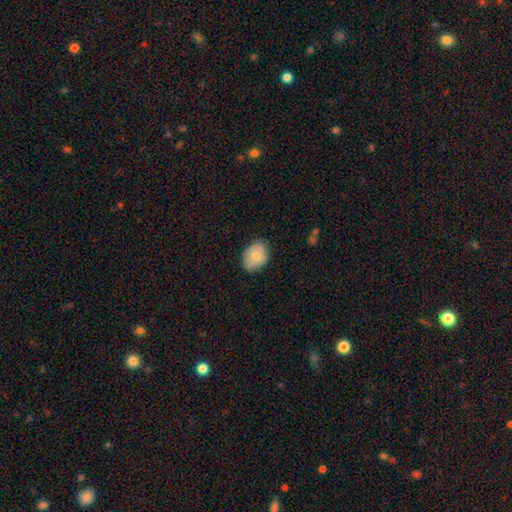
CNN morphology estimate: Q: Smooth or featured?
A: smooth (69%); runner-up: featured or disk (24%)
Q: How rounded?
A: in between (59%); runner-up: round (40%)
Q: Merging?
A: none (73%); runner-up: minor disturbance (22%)